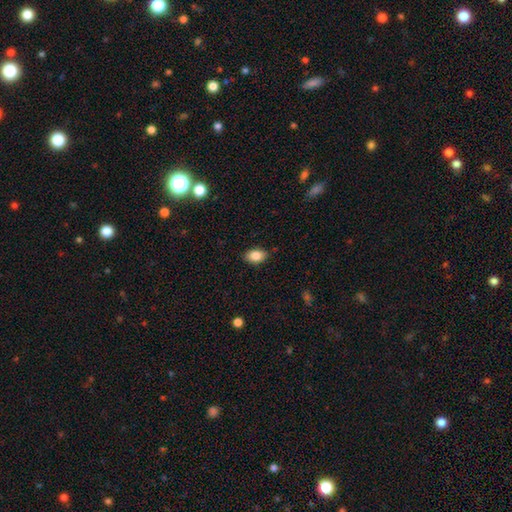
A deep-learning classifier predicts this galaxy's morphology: This appears to be a smooth galaxy with no disk features (84%) that is in between round and cigar-shaped (88%). Merging: none (85%).